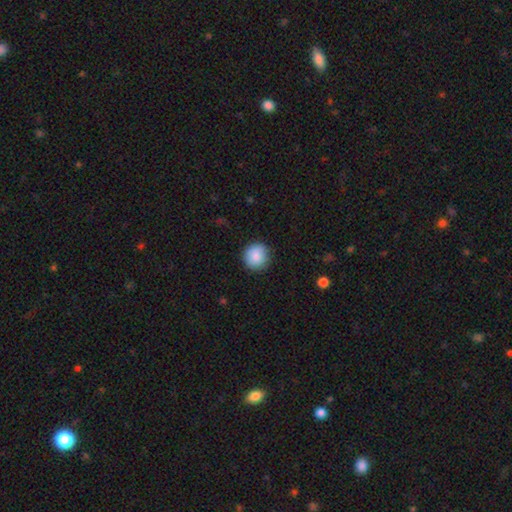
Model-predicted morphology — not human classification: smooth 86%, star or artifact 8%, featured or disk 6%. Down the decision tree: how rounded — round (93%); merging — none (88%).